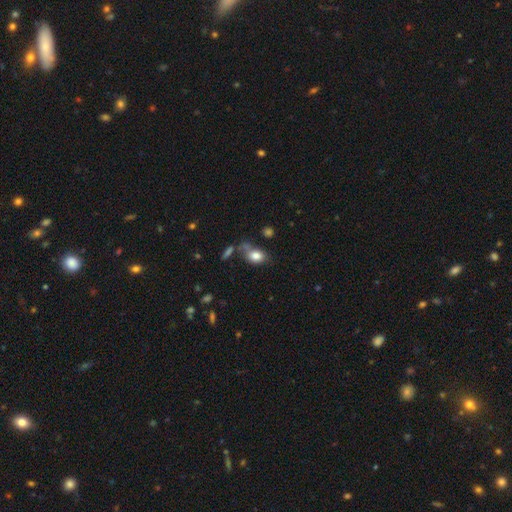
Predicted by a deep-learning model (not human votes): Smooth or featured? Predicted: smooth (p=0.81). How rounded? Predicted: in between (p=0.76). Merging? Predicted: none (p=0.50).